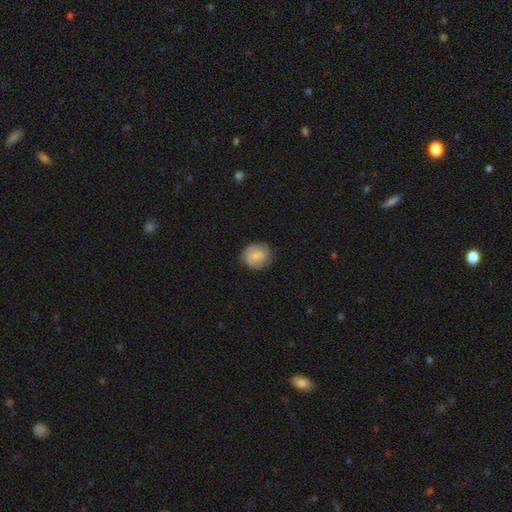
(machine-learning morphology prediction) Q: Smooth or featured?
A: smooth (66%); runner-up: featured or disk (27%)
Q: How rounded?
A: round (77%); runner-up: in between (22%)
Q: Merging?
A: none (74%); runner-up: minor disturbance (21%)